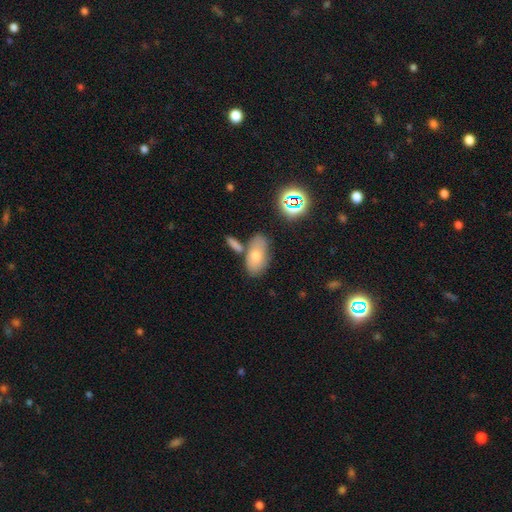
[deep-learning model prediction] smooth_or_featured: smooth (p=0.69) [alt: featured or disk p=0.20]
how_rounded: in between (p=0.91) [alt: round p=0.06]
merging: none (p=0.62) [alt: merger p=0.18]